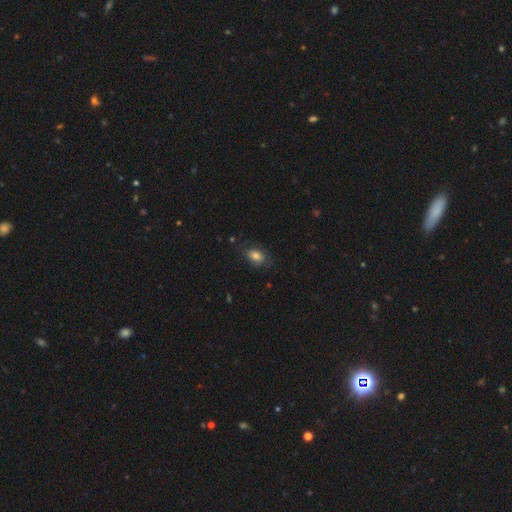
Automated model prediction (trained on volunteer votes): This appears to be a smooth galaxy with no disk features (78%) that is in between round and cigar-shaped (81%). Merging: none (69%).